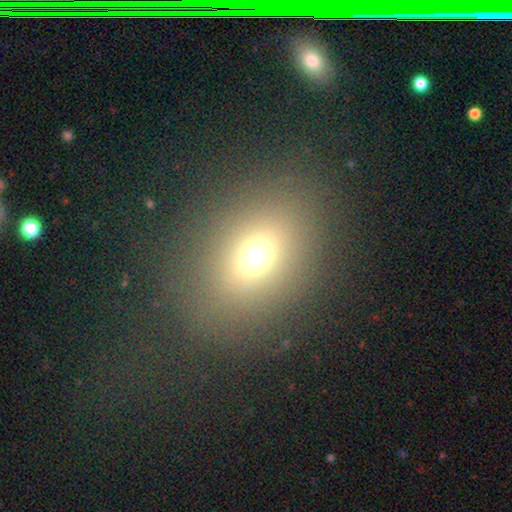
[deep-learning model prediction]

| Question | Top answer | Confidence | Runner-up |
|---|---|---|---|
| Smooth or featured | smooth | 68% | star or artifact (19%) |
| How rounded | in between | 62% | round (37%) |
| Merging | none | 82% | minor disturbance (9%) |